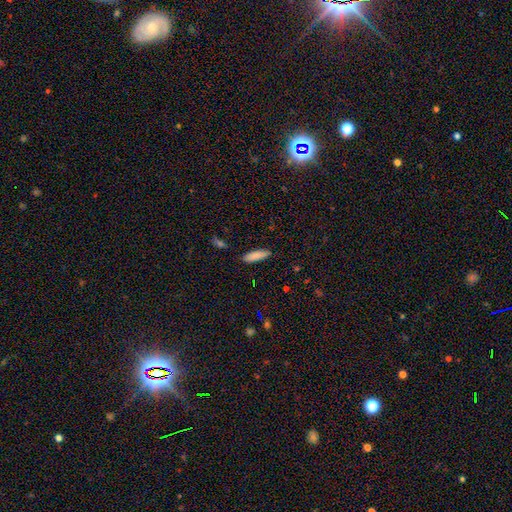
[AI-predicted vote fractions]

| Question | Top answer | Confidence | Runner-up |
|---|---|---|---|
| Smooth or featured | smooth | 86% | star or artifact (7%) |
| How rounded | cigar-shaped | 50% | in between (48%) |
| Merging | none | 86% | minor disturbance (10%) |